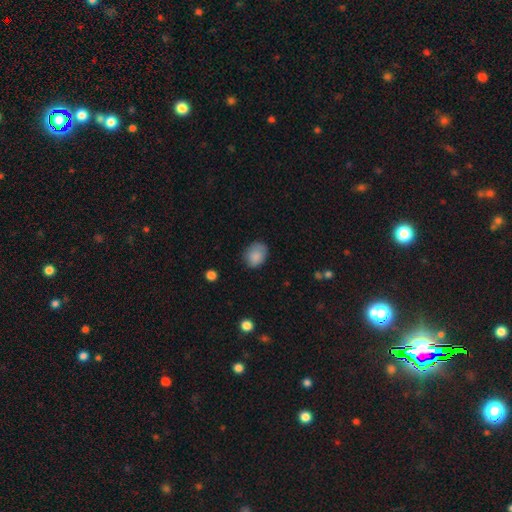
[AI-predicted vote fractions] Smooth or featured?
  - smooth: 85% *
  - star or artifact: 8%
  - featured or disk: 7%
How rounded?
  - in between: 57% *
  - round: 42%
  - cigar-shaped: 1%
Merging?
  - none: 71% *
  - minor disturbance: 23%
  - major disturbance: 5%
  - merger: 1%